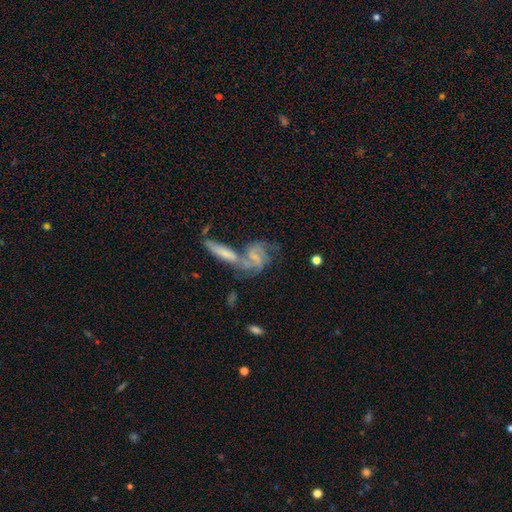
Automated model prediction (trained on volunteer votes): smooth-or-featured: featured or disk: 78% | smooth: 15% | star or artifact: 7%
  disk-edge-on: no: 94% | yes: 6%
    bar: weak: 45% | no: 38% | strong: 17%
    has-spiral-arms: yes: 94% | no: 6%
      spiral-winding: medium: 49% | tight: 36% | loose: 15%
      spiral-arm-count: 2: 45% | 3: 24% | can't tell: 17% | 4: 6% | 1: 4% | more than 4: 4%
    bulge-size: small: 47% | none: 29% | moderate: 20% | large: 3% | dominant: 1%
  merging: merger: 44% | none: 34% | minor disturbance: 12% | major disturbance: 10%